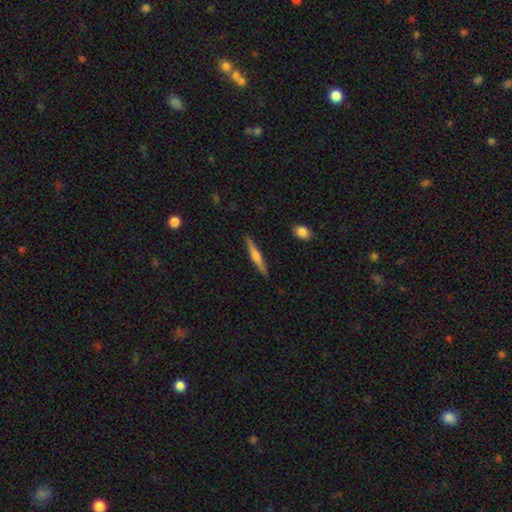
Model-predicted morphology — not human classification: This is possibly a featured or disk galaxy (59%). It is clearly viewed edge-on (98%). Edge-on bulge: likely rounded (73%). Merging: clearly none (90%).